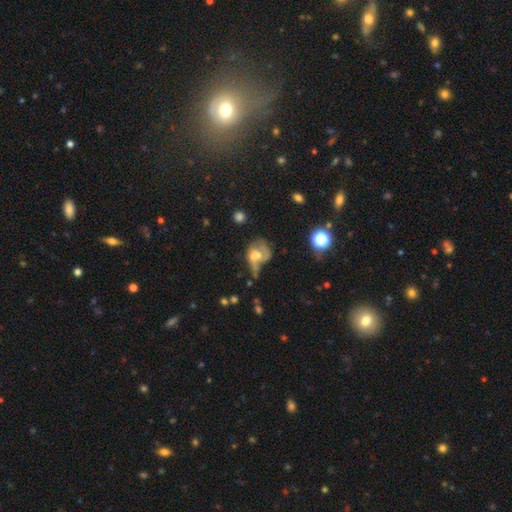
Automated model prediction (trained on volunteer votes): Smooth or featured?
  - smooth: 45% *
  - featured or disk: 40%
  - star or artifact: 15%
Merging?
  - merger: 35% *
  - major disturbance: 30%
  - none: 20%
  - minor disturbance: 16%